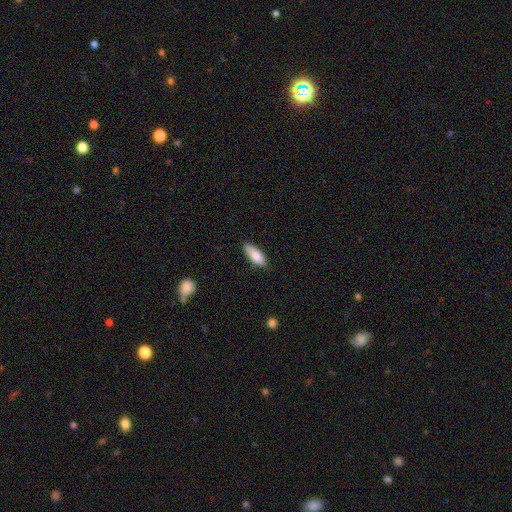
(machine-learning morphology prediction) Q: Smooth or featured?
A: smooth (84%); runner-up: featured or disk (10%)
Q: How rounded?
A: in between (72%); runner-up: cigar-shaped (26%)
Q: Merging?
A: none (80%); runner-up: minor disturbance (16%)